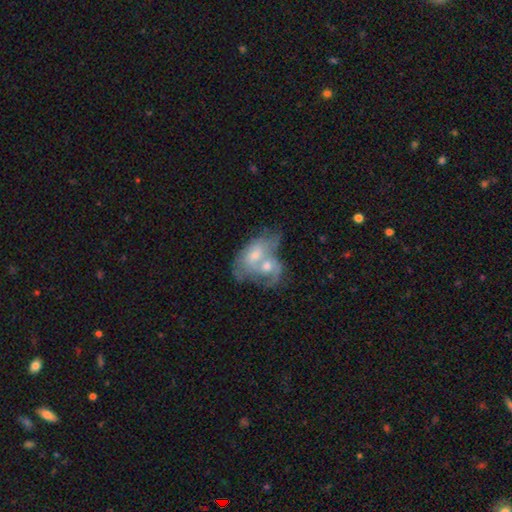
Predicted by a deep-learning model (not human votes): featured or disk 59%, smooth 34%, star or artifact 7%. Down the decision tree: edge-on disk — no (96%); bar — no (58%); spiral arms — yes (68%); bulge size — moderate (55%); merging — merger (79%).